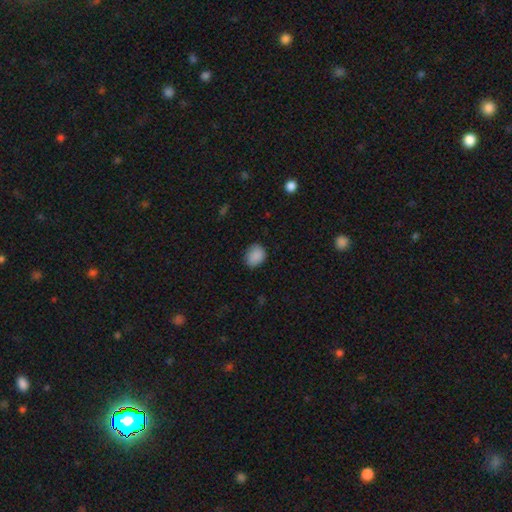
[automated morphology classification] Q: Smooth or featured?
A: smooth (88%); runner-up: star or artifact (8%)
Q: How rounded?
A: round (52%); runner-up: in between (47%)
Q: Merging?
A: none (78%); runner-up: minor disturbance (17%)